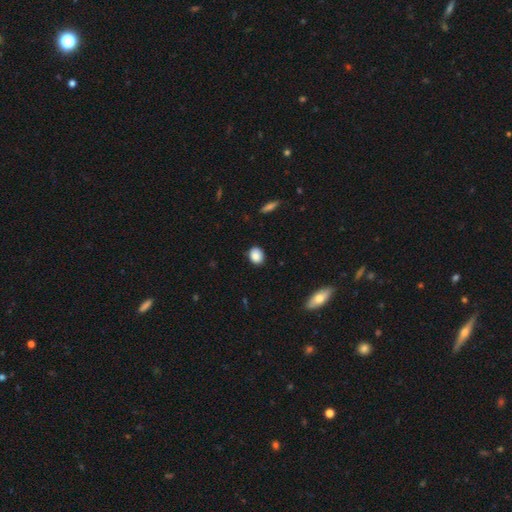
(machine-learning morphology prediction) Smooth or featured?
  - smooth: 87% *
  - star or artifact: 8%
  - featured or disk: 5%
How rounded?
  - in between: 52% *
  - round: 47%
  - cigar-shaped: 1%
Merging?
  - none: 86% *
  - minor disturbance: 11%
  - major disturbance: 2%
  - merger: 1%